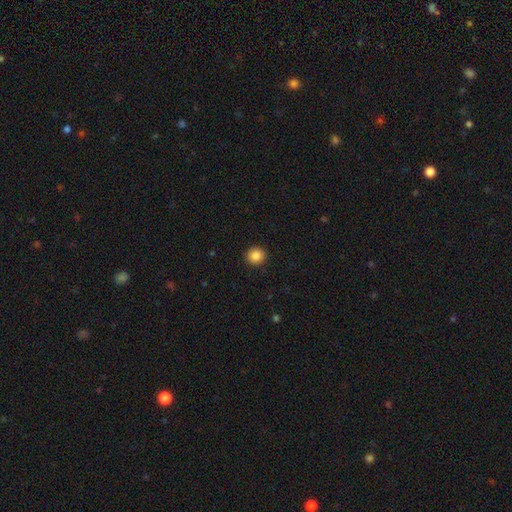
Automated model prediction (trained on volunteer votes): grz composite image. It shows a smooth galaxy with no disk features (86%) that is round (89%). Merging: none (93%).